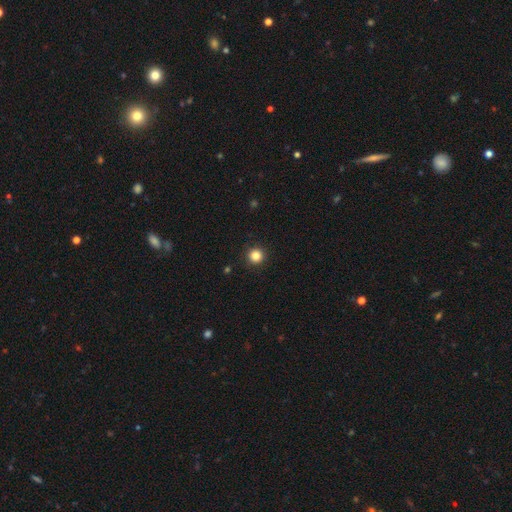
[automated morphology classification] The model was most divided on "smooth or featured": smooth: 85%, star or artifact: 12%, featured or disk: 4%. More confident: how rounded — round (96%); merging — none (93%).